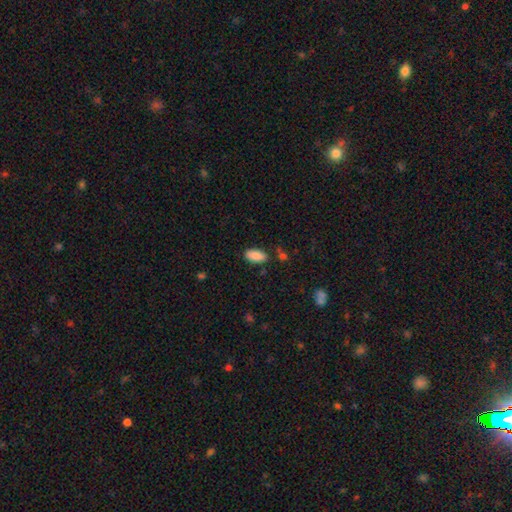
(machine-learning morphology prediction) The model was most divided on "merging": none: 83%, minor disturbance: 11%, merger: 3%, major disturbance: 3%. More confident: how rounded — in between (91%); smooth or featured — smooth (88%).